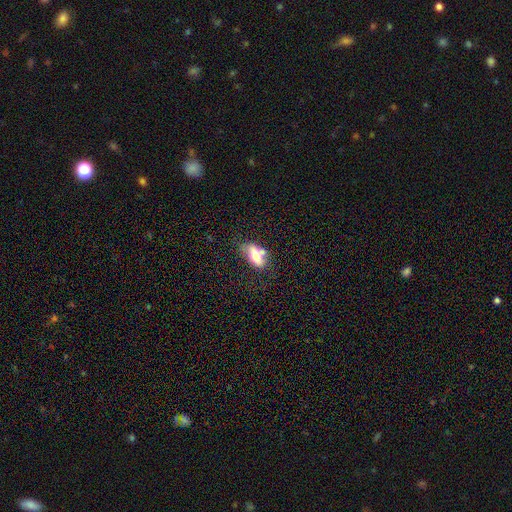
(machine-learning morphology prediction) smooth_or_featured: smooth (p=0.60) [alt: featured or disk p=0.32]
how_rounded: in between (p=0.83) [alt: cigar-shaped p=0.10]
merging: none (p=0.42) [alt: minor disturbance p=0.23]